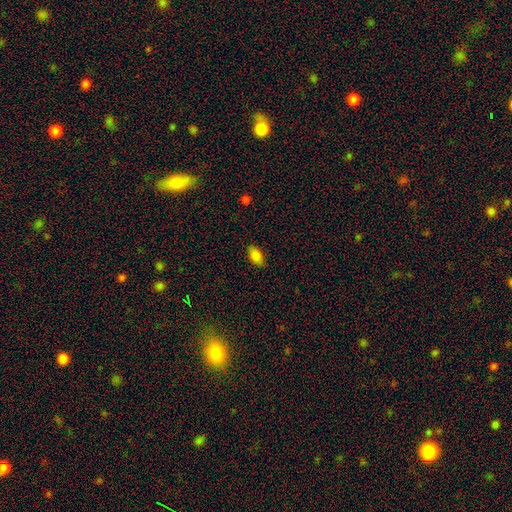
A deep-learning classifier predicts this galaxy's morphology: type=smooth (85%); roundness=in between (91%); merging=none (85%).